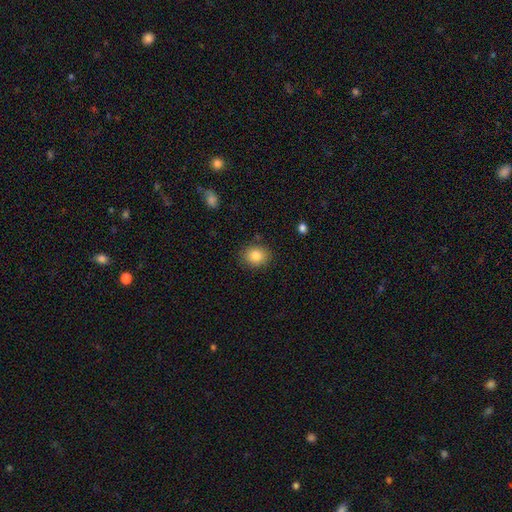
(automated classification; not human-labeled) This is clearly a smooth galaxy (83%). How rounded: likely round (65%). Merging: clearly none (86%).